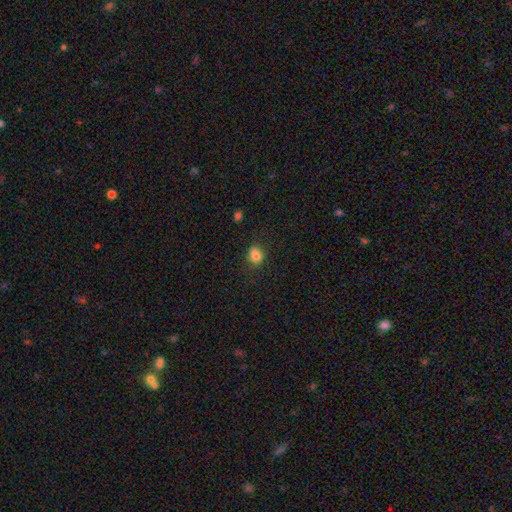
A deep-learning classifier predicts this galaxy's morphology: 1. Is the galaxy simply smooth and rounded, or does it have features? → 83% smooth, 11% star or artifact, 6% featured or disk.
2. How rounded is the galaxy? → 56% round, 43% in between, 1% cigar-shaped.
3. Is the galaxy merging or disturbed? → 73% none, 19% minor disturbance, 6% major disturbance, 2% merger.